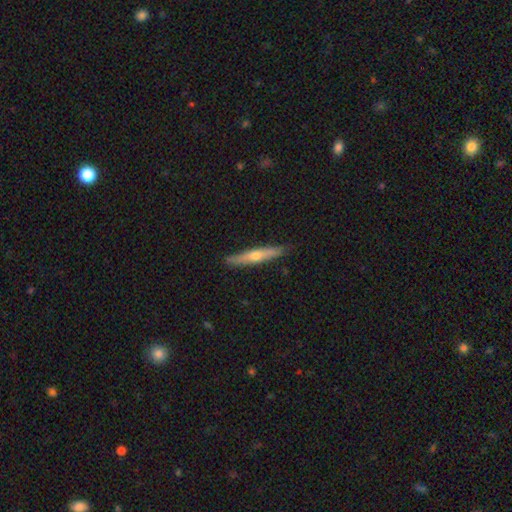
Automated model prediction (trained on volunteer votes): Morphology: type=featured or disk (54%); edge-on=yes (93%); edge-on bulge=rounded (85%); merging=none (89%).